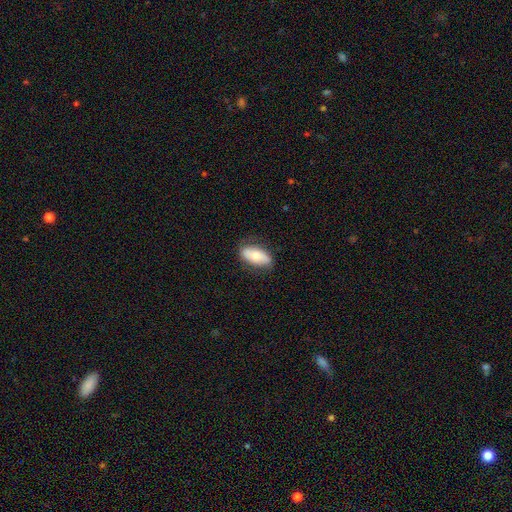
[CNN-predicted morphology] Smooth or featured? Predicted: smooth (p=0.63). How rounded? Predicted: in between (p=0.88). Merging? Predicted: none (p=0.77).